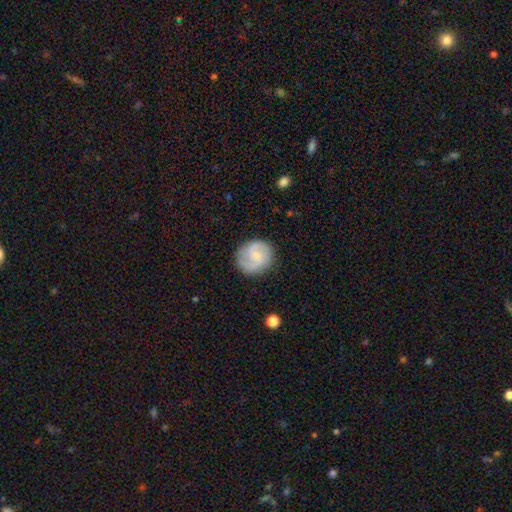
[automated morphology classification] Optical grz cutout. It shows a featured or disk galaxy (75%) with no bar (51%), 2 (85%) medium (54%) spiral arms (95%) and a small central bulge (65%). Merging: none (84%).